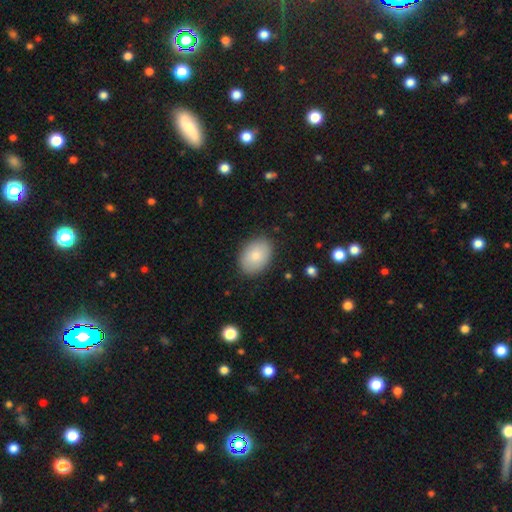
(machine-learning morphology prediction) smooth_or_featured: smooth (p=0.83) [alt: featured or disk p=0.11]
how_rounded: in between (p=0.78) [alt: round p=0.21]
merging: none (p=0.86) [alt: minor disturbance p=0.11]